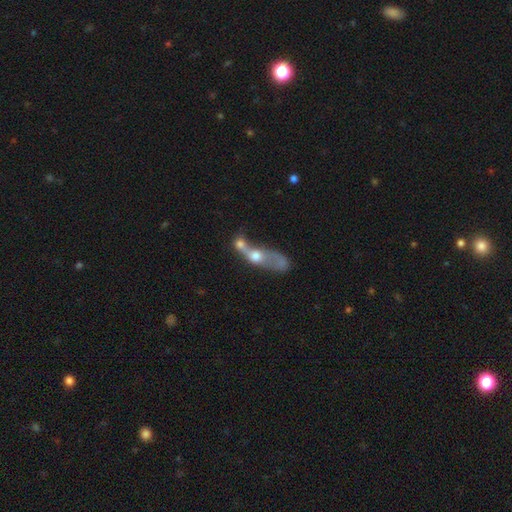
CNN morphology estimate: Overall: smooth (50%; featured or disk 40%). Merging: merger (75%).